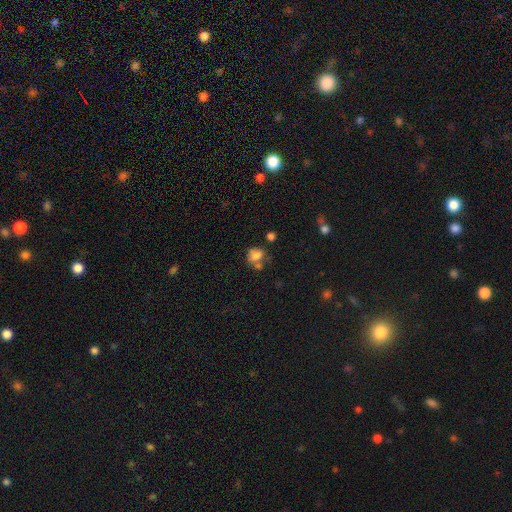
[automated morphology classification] Smooth or featured? smooth (74%)
How rounded? round (58%)
Merging? none (41%)